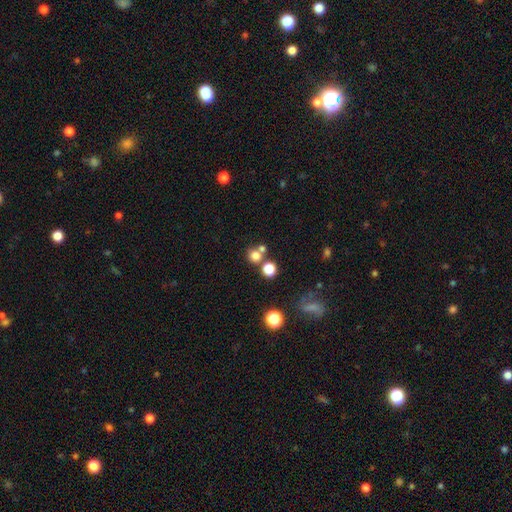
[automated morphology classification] This appears to be a smooth galaxy with no disk features (74%) that is round (88%). Merging: none (60%).